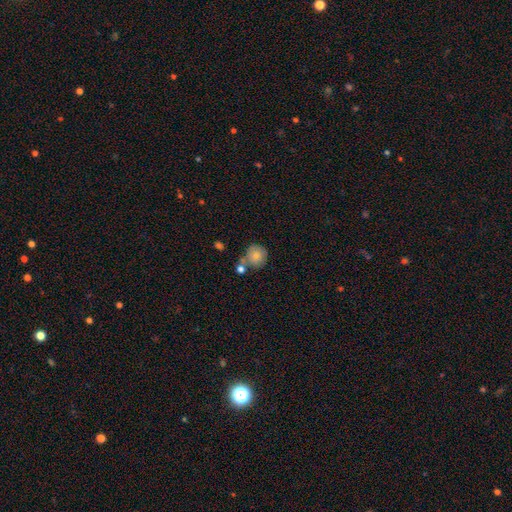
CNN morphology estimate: type=smooth (80%); roundness=round (88%); merging=none (56%).